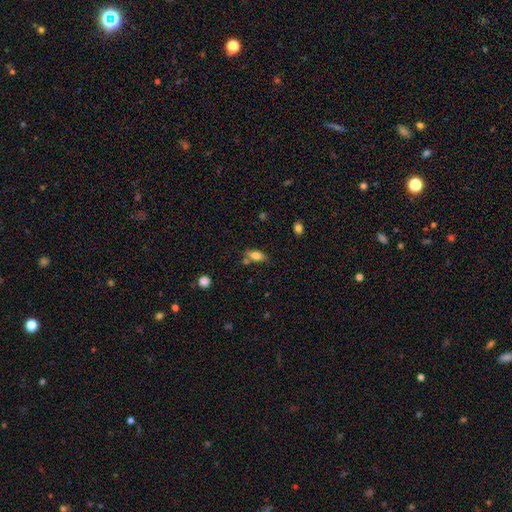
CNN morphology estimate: smooth-or-featured: smooth: 75% | featured or disk: 17% | star or artifact: 9%
  how-rounded: in between: 79% | cigar-shaped: 17% | round: 4%
  merging: none: 65% | minor disturbance: 17% | merger: 14% | major disturbance: 5%